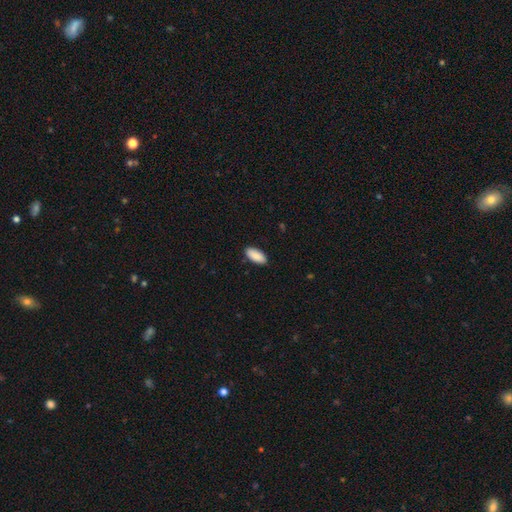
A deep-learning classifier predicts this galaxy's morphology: This is clearly a smooth galaxy (90%). How rounded: clearly in between (89%). Merging: clearly none (89%).